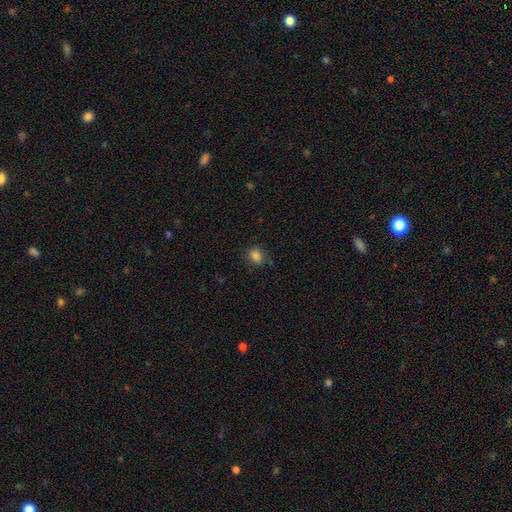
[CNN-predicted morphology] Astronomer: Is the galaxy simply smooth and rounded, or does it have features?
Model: smooth — 84%.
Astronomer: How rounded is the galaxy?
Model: in between — 57% (runner-up: round, 41%).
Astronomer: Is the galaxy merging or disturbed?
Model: none — 78%.